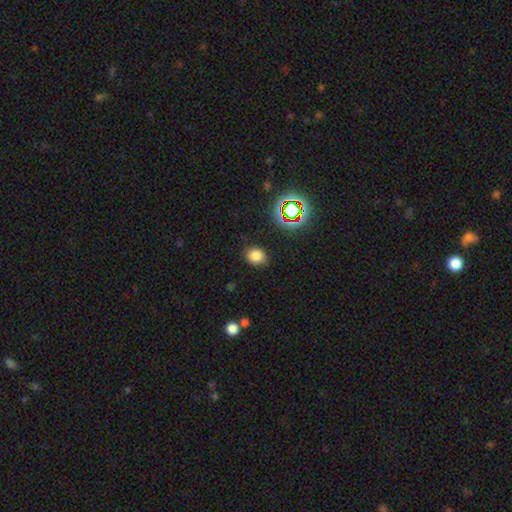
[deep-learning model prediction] The model was most divided on "how rounded": round: 58%, in between: 41%, cigar-shaped: 1%. More confident: merging — none (85%); smooth or featured — smooth (78%).